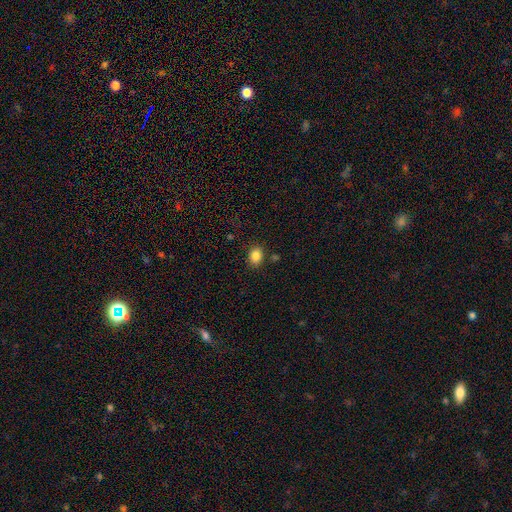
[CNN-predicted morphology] This is clearly a smooth galaxy (85%). How rounded: likely in between (64%). Merging: clearly none (84%).